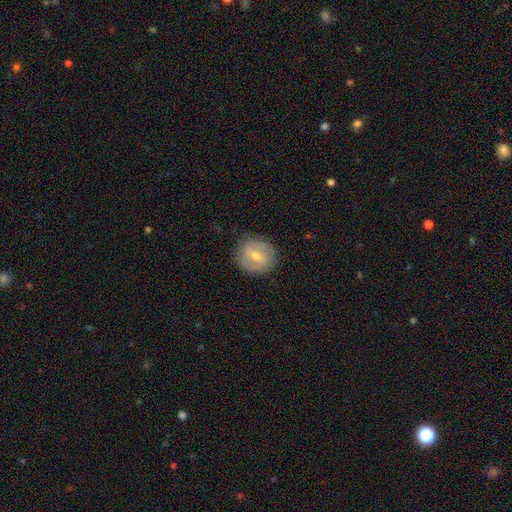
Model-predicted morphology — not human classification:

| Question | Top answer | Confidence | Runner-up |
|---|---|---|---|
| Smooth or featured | featured or disk | 59% | smooth (33%) |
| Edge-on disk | no | 96% | yes (4%) |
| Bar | weak | 51% | strong (25%) |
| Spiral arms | yes | 67% | no (33%) |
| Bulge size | moderate | 57% | small (39%) |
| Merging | none | 86% | minor disturbance (10%) |